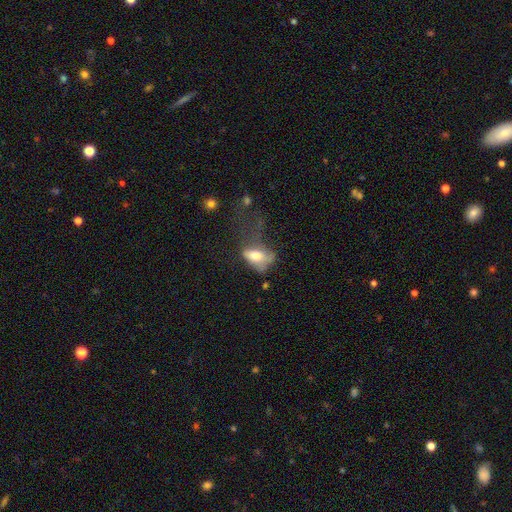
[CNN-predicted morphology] Overall: smooth (65%; featured or disk 26%). How rounded: in between (85%). Merging: major disturbance (52%; minor disturbance 21%).